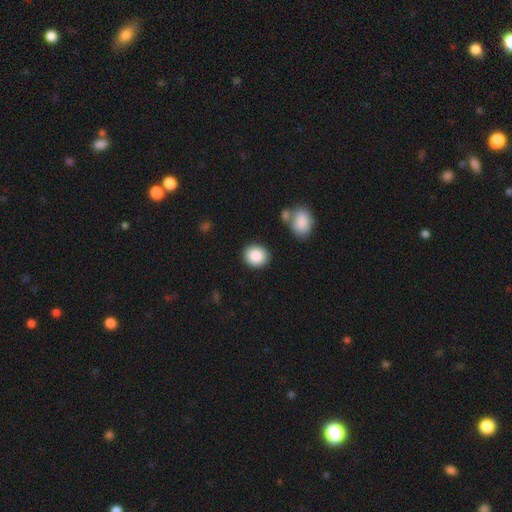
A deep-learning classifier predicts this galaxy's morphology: Smooth or featured? smooth (88%)
How rounded? round (74%)
Merging? none (87%)